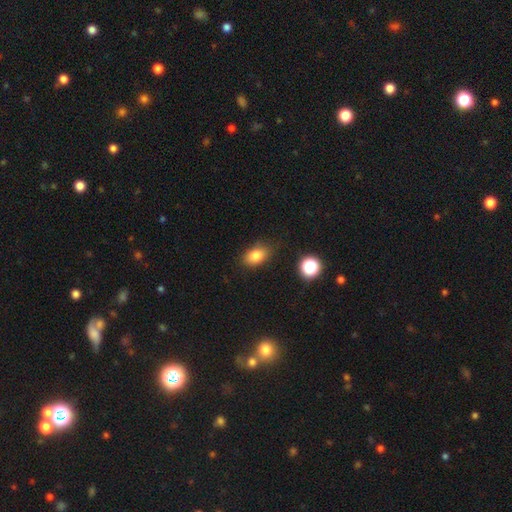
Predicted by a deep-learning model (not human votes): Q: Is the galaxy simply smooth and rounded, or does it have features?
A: smooth — 82%.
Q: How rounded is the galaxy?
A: in between — 84%.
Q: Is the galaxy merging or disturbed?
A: none — 81%.